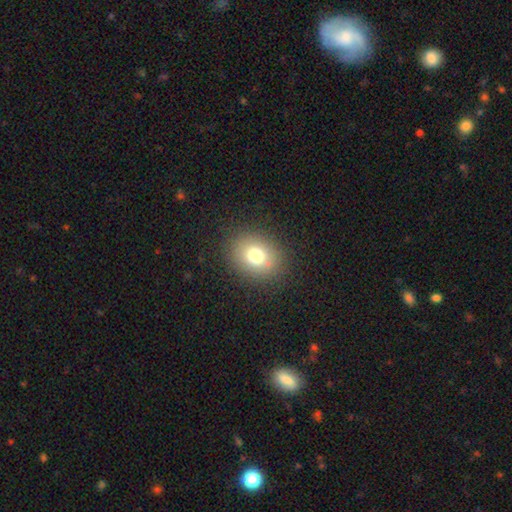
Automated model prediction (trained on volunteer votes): Smooth or featured? Predicted: smooth (p=0.76). How rounded? Predicted: round (p=0.51). Merging? Predicted: none (p=0.86).